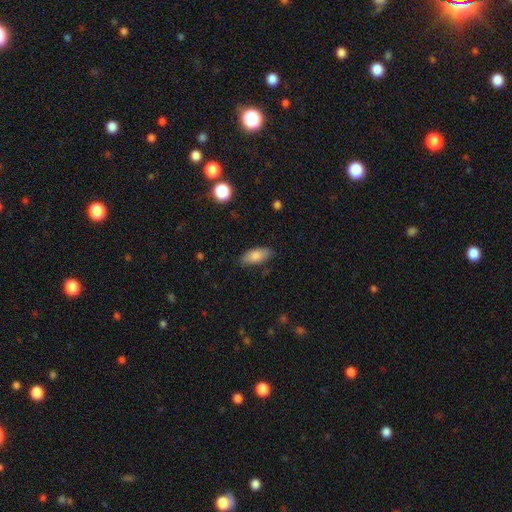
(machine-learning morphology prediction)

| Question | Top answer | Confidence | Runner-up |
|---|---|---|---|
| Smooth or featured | smooth | 83% | featured or disk (10%) |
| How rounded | in between | 85% | cigar-shaped (12%) |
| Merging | none | 82% | minor disturbance (14%) |